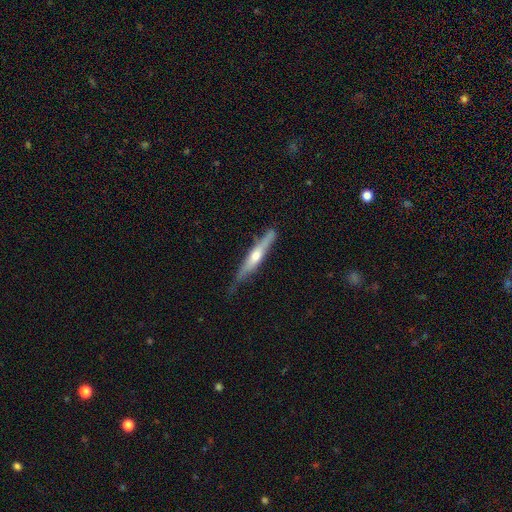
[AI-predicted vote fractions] A featured or disk galaxy (60%) viewed edge-on (94%) with a rounded central bulge (84%).

Vote fractions:
- Smooth or featured? featured or disk: 60% / smooth: 35% / star or artifact: 5%
- Edge-on disk? yes: 94% / no: 6%
- Edge-on bulge? rounded: 84% / none: 10% / boxy: 6%
- Merging? none: 70% / minor disturbance: 24% / major disturbance: 4% / merger: 2%